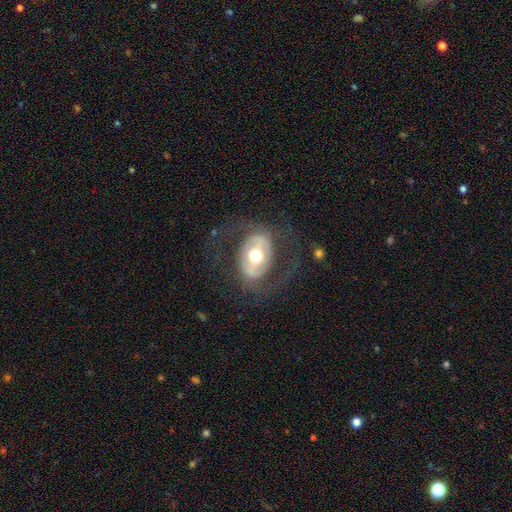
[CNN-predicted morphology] A featured or disk galaxy (70%) with no bar (35%), spiral arms (52%) and a moderate central bulge (68%).

Vote fractions:
- Smooth or featured? featured or disk: 70% / smooth: 24% / star or artifact: 6%
- Edge-on disk? no: 94% / yes: 6%
- Bar? no: 35% / strong: 34% / weak: 31%
- Spiral arms? yes: 52% / no: 48%
- Bulge size? moderate: 68% / large: 21% / small: 7% / dominant: 2% / none: 1%
- Merging? none: 68% / major disturbance: 18% / minor disturbance: 14% / merger: 1%